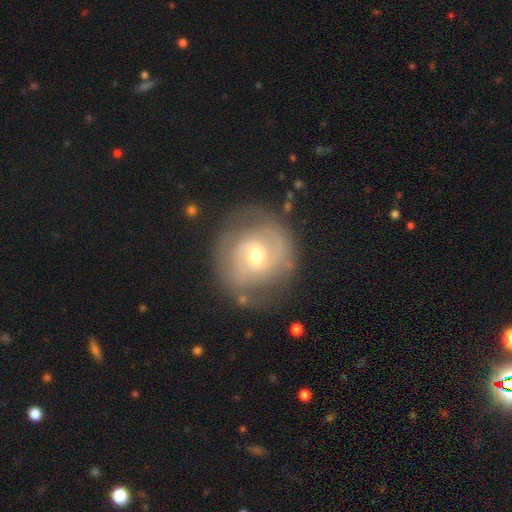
Morphology: type=featured or disk (85%); edge-on=no (97%); bar=weak (53%); spiral arms=yes (88%); winding=medium (50%); arm count=2 (82%); bulge=moderate (72%); merging=none (82%).